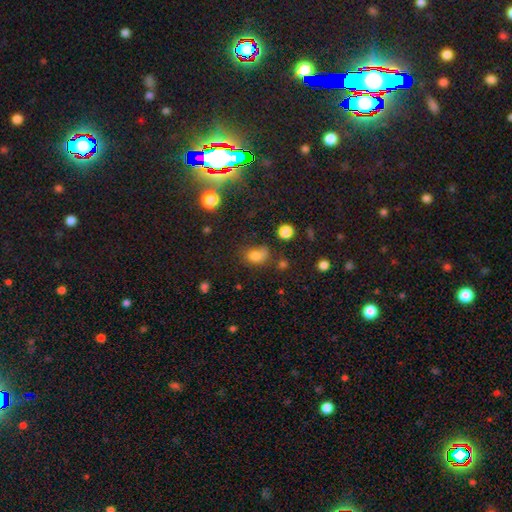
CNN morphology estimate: smooth_or_featured: smooth (p=0.74) [alt: star or artifact p=0.17]
how_rounded: in between (p=0.67) [alt: round p=0.31]
merging: none (p=0.49) [alt: minor disturbance p=0.28]